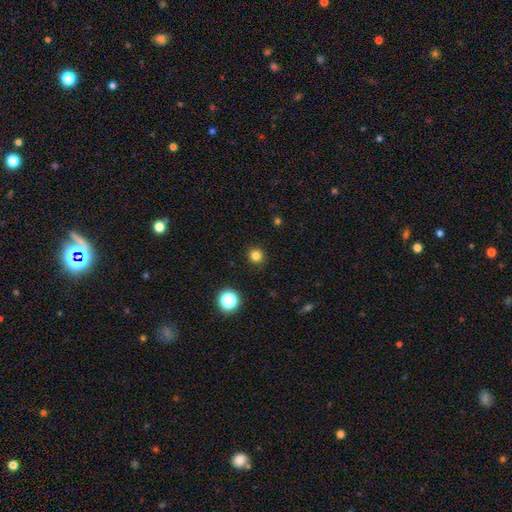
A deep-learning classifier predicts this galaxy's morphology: A smooth galaxy with no disk features (81%) that is round (91%). Merging: none (91%).